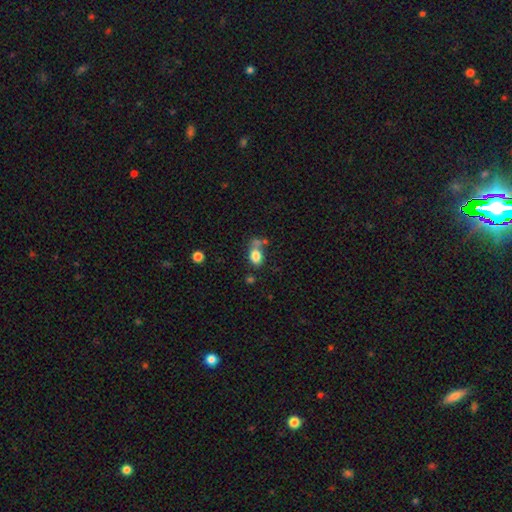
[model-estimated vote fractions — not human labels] smooth_or_featured: smooth (p=0.81) [alt: star or artifact p=0.10]
how_rounded: in between (p=0.70) [alt: round p=0.28]
merging: none (p=0.46) [alt: merger p=0.29]